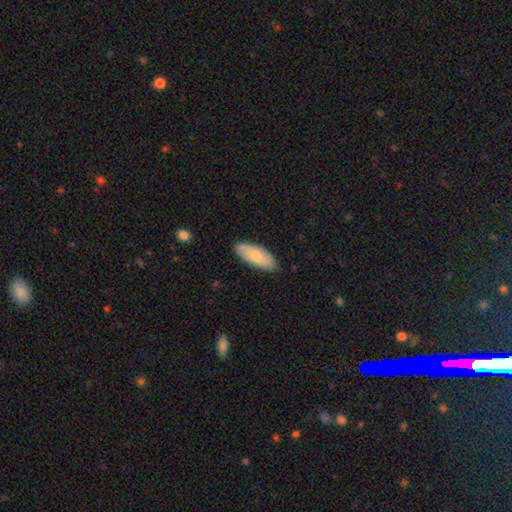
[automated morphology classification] Q: Smooth or featured?
A: smooth (78%); runner-up: featured or disk (17%)
Q: How rounded?
A: in between (79%); runner-up: cigar-shaped (19%)
Q: Merging?
A: none (85%); runner-up: minor disturbance (12%)